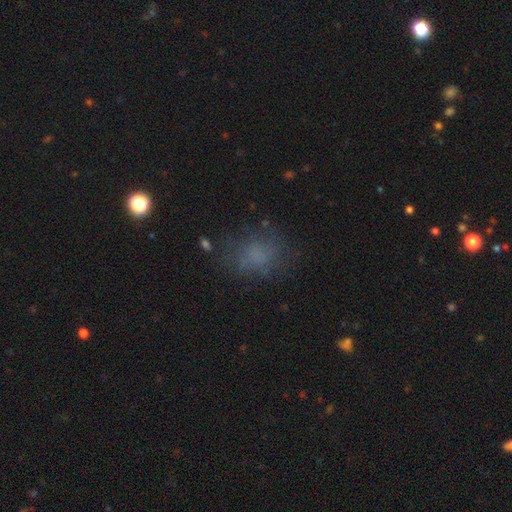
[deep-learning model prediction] This is likely a smooth galaxy (66%). How rounded: possibly in between (52%). Merging: likely none (66%).